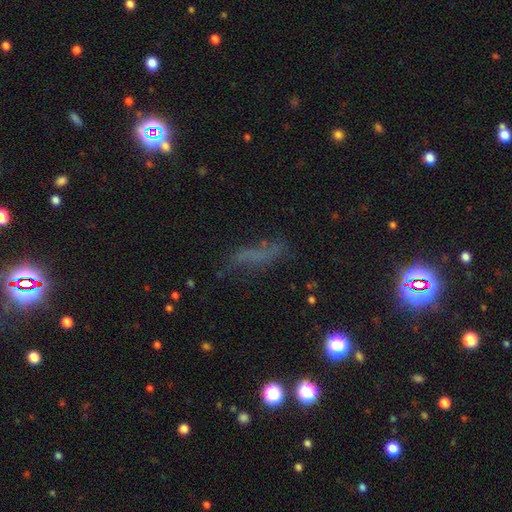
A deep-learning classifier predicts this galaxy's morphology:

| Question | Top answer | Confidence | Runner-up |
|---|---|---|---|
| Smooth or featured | smooth | 44% | star or artifact (29%) |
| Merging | none | 64% | minor disturbance (21%) |